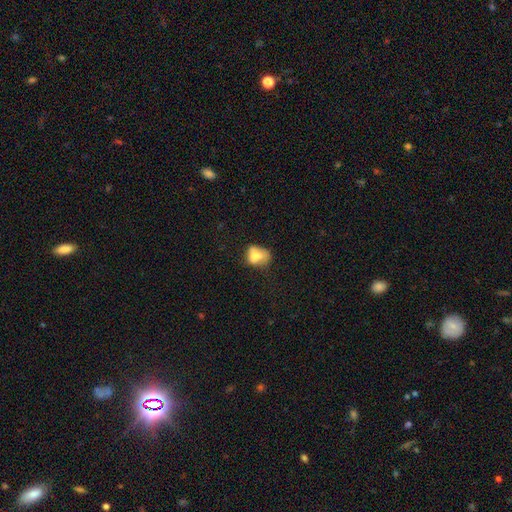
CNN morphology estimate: A smooth galaxy with no disk features (69%) that is in between round and cigar-shaped (57%).

Vote fractions:
- Smooth or featured? smooth: 69% / featured or disk: 21% / star or artifact: 10%
- How rounded? in between: 57% / round: 41% / cigar-shaped: 1%
- Merging? none: 38% / minor disturbance: 32% / major disturbance: 19% / merger: 11%